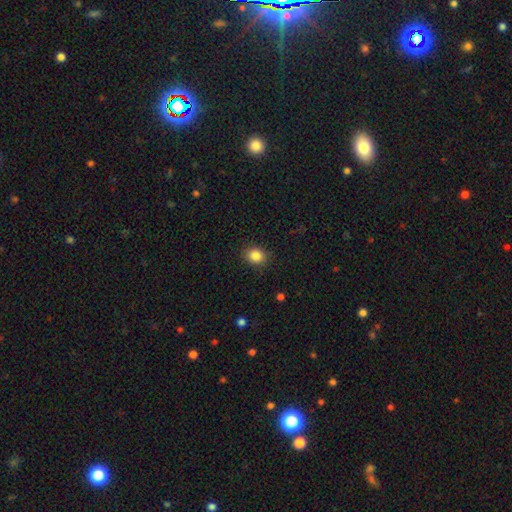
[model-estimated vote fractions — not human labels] This is clearly a smooth galaxy (85%). How rounded: likely round (65%). Merging: clearly none (88%).